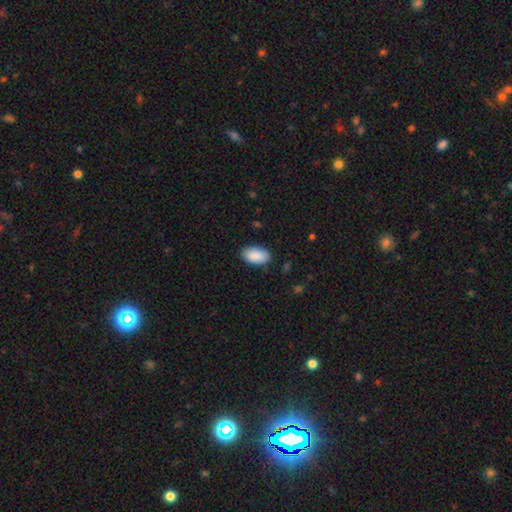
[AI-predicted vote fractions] Smooth or featured?
  - smooth: 90% *
  - star or artifact: 6%
  - featured or disk: 4%
How rounded?
  - in between: 95% *
  - round: 3%
  - cigar-shaped: 2%
Merging?
  - none: 86% *
  - minor disturbance: 11%
  - major disturbance: 2%
  - merger: 1%